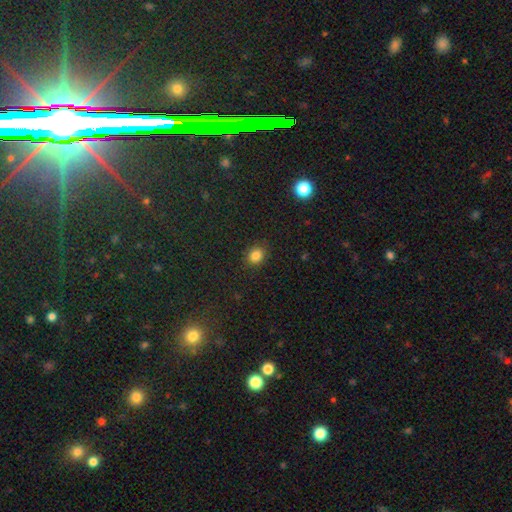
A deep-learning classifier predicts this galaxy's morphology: Smooth or featured? Predicted: smooth (p=0.83). How rounded? Predicted: round (p=0.65). Merging? Predicted: none (p=0.86).